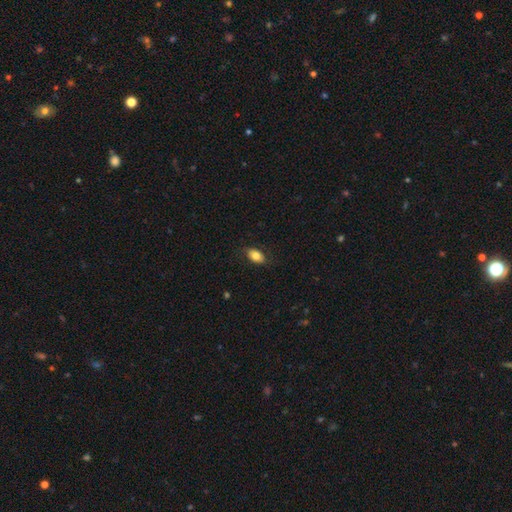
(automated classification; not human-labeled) smooth 81%, featured or disk 12%, star or artifact 8%. Down the decision tree: how rounded — in between (89%); merging — none (81%).